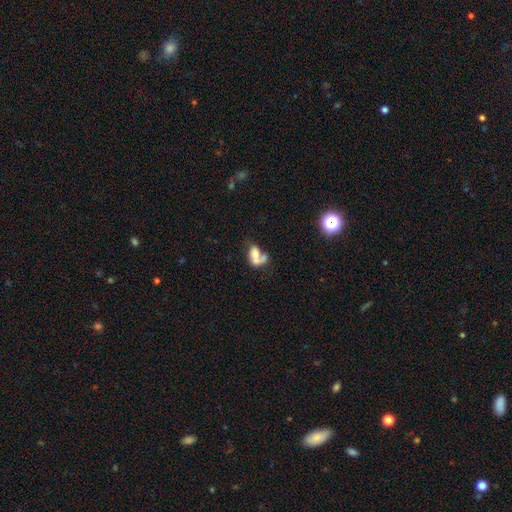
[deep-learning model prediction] The model was most divided on "smooth or featured": smooth: 55%, featured or disk: 33%, star or artifact: 11%. More confident: how rounded — in between (82%); merging — merger (52%).